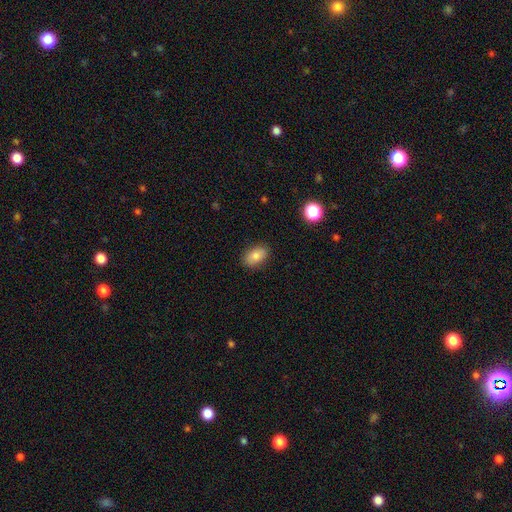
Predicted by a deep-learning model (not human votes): Overall: smooth (82%). How rounded: in between (88%). Merging: none (87%).